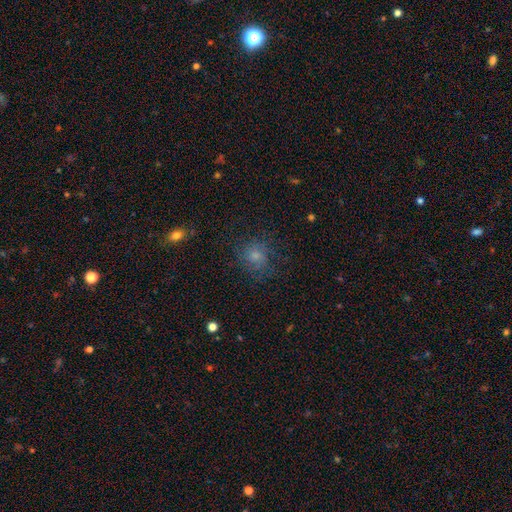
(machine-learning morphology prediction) type=smooth (62%); roundness=round (79%); merging=none (70%).